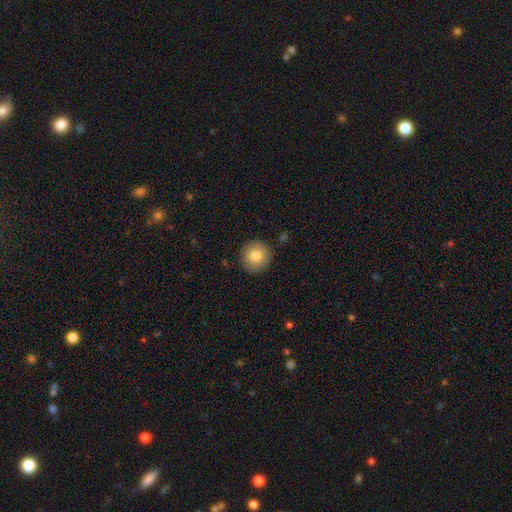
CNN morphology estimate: Smooth or featured?
  - smooth: 81% *
  - featured or disk: 11%
  - star or artifact: 8%
How rounded?
  - round: 95% *
  - in between: 4%
  - cigar-shaped: 1%
Merging?
  - none: 90% *
  - minor disturbance: 7%
  - major disturbance: 2%
  - merger: 1%